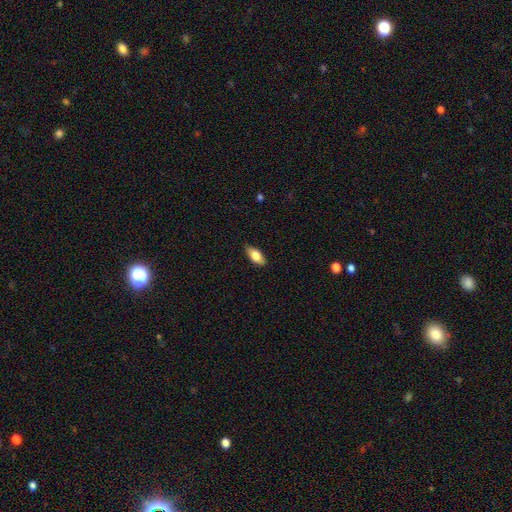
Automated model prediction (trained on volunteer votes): Smooth or featured? smooth (76%)
How rounded? in between (85%)
Merging? none (85%)